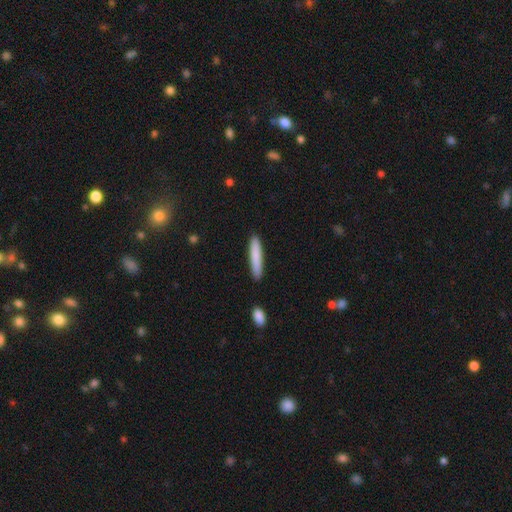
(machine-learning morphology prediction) Smooth or featured?
  - smooth: 82% *
  - featured or disk: 12%
  - star or artifact: 5%
How rounded?
  - cigar-shaped: 92% *
  - in between: 7%
  - round: 1%
Merging?
  - none: 89% *
  - minor disturbance: 8%
  - merger: 2%
  - major disturbance: 2%